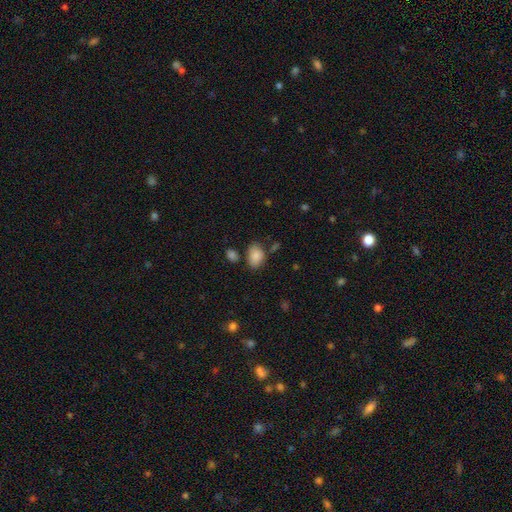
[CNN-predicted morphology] smooth_or_featured: smooth (p=0.86) [alt: star or artifact p=0.08]
how_rounded: in between (p=0.85) [alt: round p=0.14]
merging: none (p=0.67) [alt: minor disturbance p=0.20]